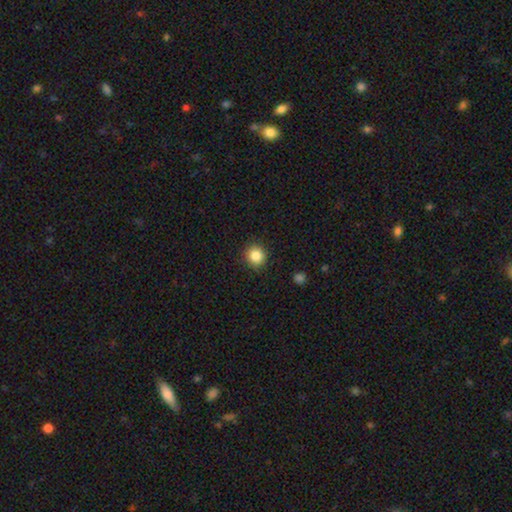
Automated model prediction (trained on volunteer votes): The model was most divided on "smooth or featured": smooth: 85%, star or artifact: 10%, featured or disk: 5%. More confident: merging — none (91%); how rounded — round (90%).